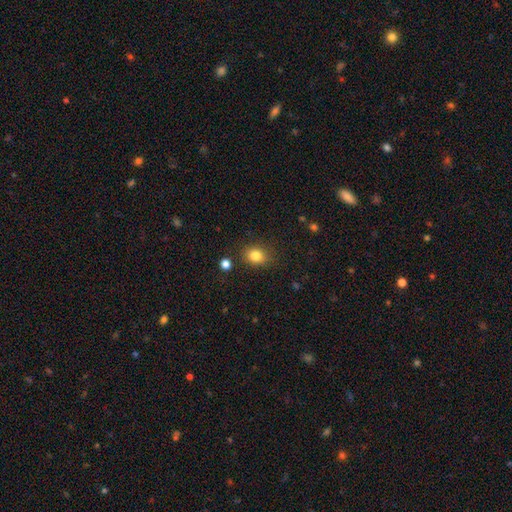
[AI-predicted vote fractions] A smooth galaxy with no disk features (83%) that is round (51%).

Vote fractions:
- Smooth or featured? smooth: 83% / star or artifact: 11% / featured or disk: 6%
- How rounded? round: 51% / in between: 48% / cigar-shaped: 1%
- Merging? none: 82% / minor disturbance: 12% / major disturbance: 3% / merger: 3%